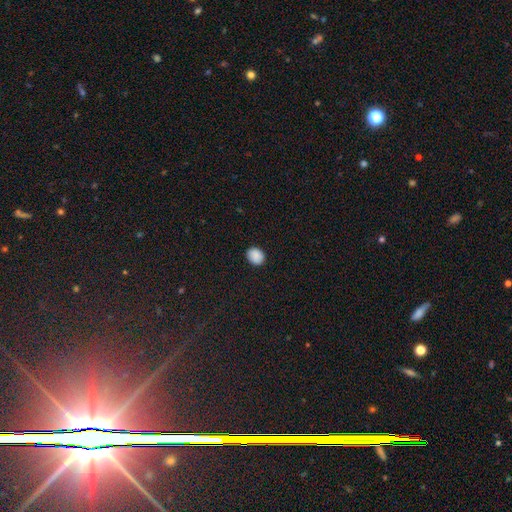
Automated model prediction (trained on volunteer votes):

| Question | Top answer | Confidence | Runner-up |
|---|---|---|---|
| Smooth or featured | smooth | 89% | star or artifact (9%) |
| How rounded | round | 57% | in between (43%) |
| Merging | none | 88% | minor disturbance (9%) |